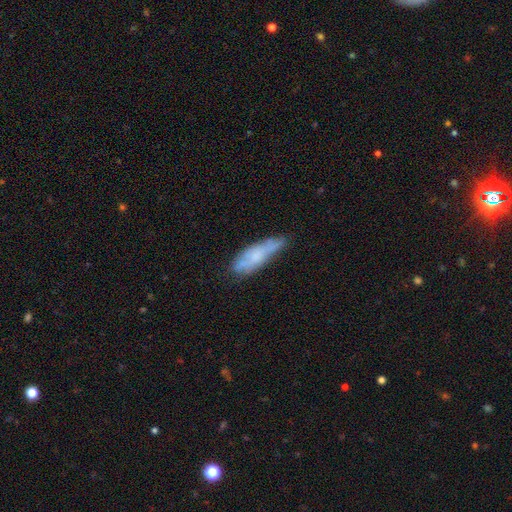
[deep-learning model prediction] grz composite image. It shows a smooth galaxy with no disk features (58%) that is cigar-shaped (54%). Merging: none (54%).